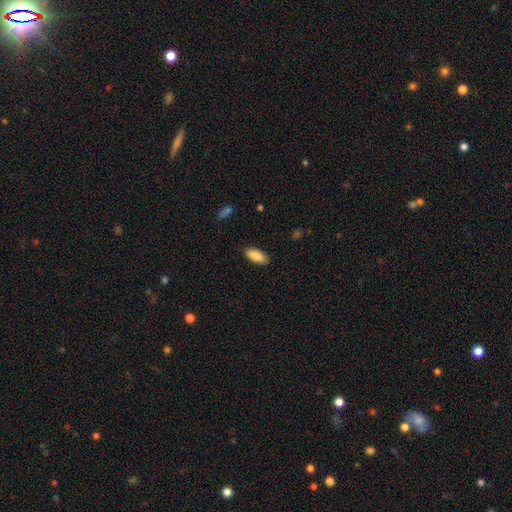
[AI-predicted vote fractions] smooth-or-featured: smooth: 85% | featured or disk: 9% | star or artifact: 6%
  how-rounded: in between: 87% | cigar-shaped: 12% | round: 2%
  merging: none: 86% | minor disturbance: 11% | major disturbance: 2% | merger: 1%